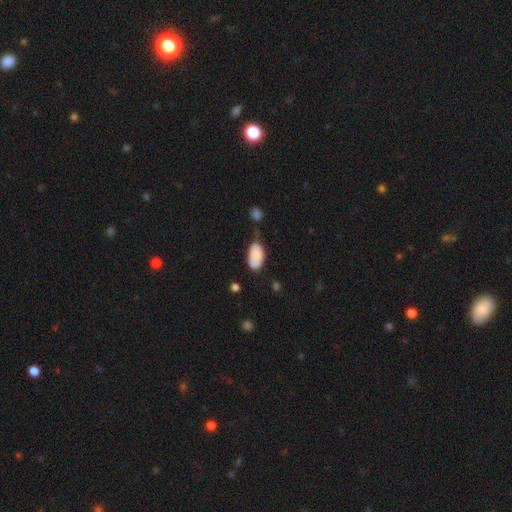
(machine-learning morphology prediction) A smooth galaxy with no disk features (79%) that is in between round and cigar-shaped (94%). Merging: none (49%).